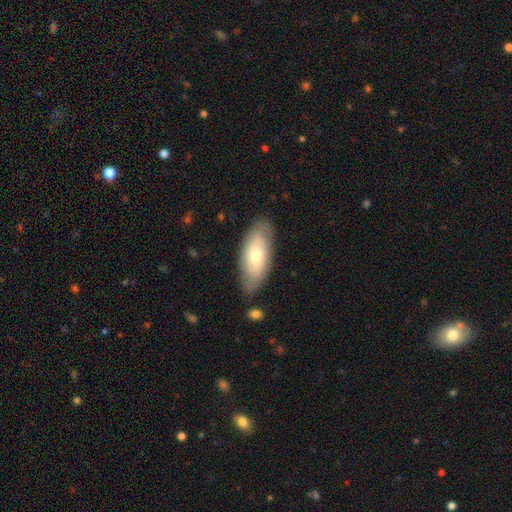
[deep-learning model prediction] smooth 59%, featured or disk 35%, star or artifact 6%. Down the decision tree: how rounded — in between (84%); merging — none (80%).